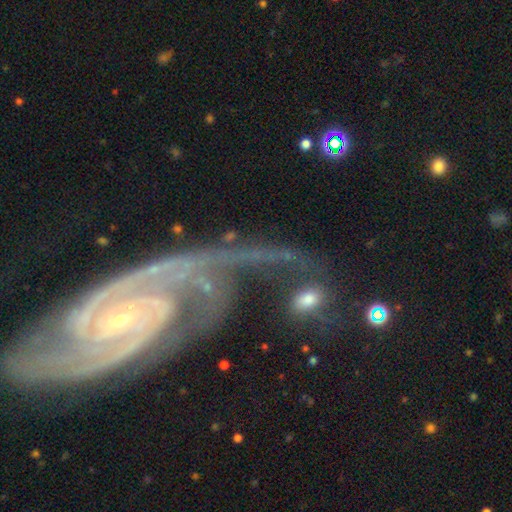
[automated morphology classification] This is clearly a featured or disk galaxy (86%). It is clearly not viewed edge-on (96%). Bar: marginally no (43%). Spiral arm pattern: clearly yes (97%). Spiral arm count: likely 2 (76%). Spiral winding: marginally medium (43%). Central bulge: clearly small (83%). Merging: possibly none (51%).